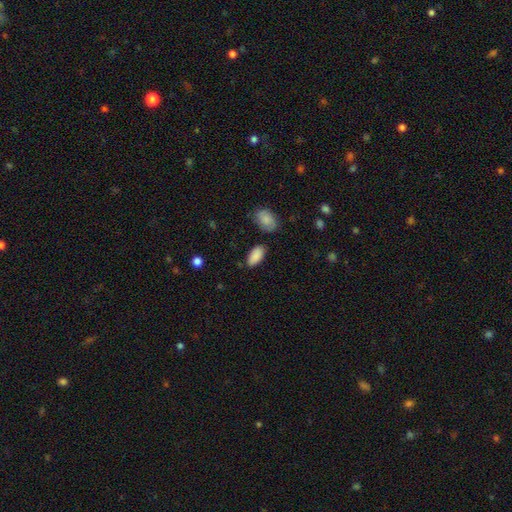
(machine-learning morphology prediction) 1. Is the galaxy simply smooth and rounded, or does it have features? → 89% smooth, 7% star or artifact, 5% featured or disk.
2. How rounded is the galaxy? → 94% in between, 4% cigar-shaped, 2% round.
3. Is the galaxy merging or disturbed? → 80% none, 13% minor disturbance, 3% merger, 3% major disturbance.